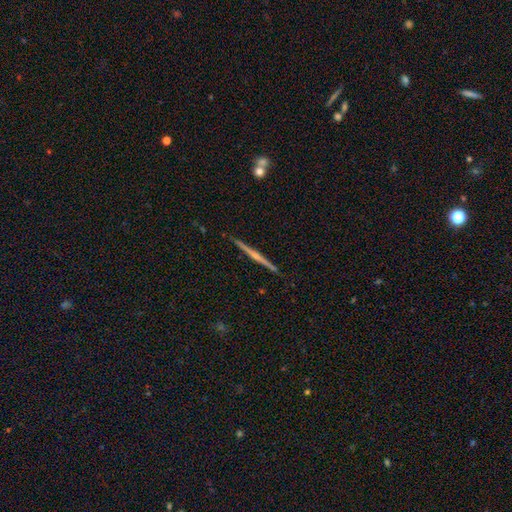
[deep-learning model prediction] Smooth or featured?
  - featured or disk: 77% *
  - smooth: 17%
  - star or artifact: 6%
Edge-on disk?
  - yes: 99% *
  - no: 1%
Edge-on bulge?
  - rounded: 67% *
  - none: 25%
  - boxy: 8%
Merging?
  - none: 92% *
  - minor disturbance: 6%
  - merger: 1%
  - major disturbance: 1%